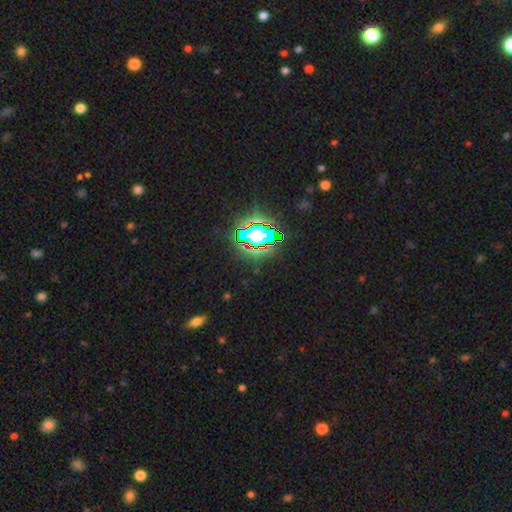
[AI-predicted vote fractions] Overall: star or artifact (75%).